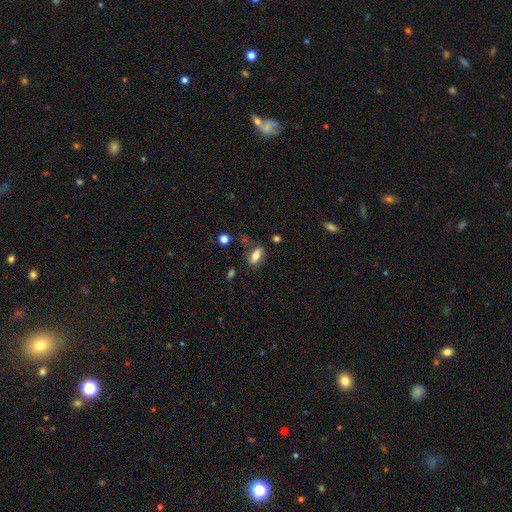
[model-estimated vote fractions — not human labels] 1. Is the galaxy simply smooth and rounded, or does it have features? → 70% smooth, 21% featured or disk, 9% star or artifact.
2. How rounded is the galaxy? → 78% in between, 16% cigar-shaped, 5% round.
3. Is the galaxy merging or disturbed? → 70% none, 19% minor disturbance, 6% major disturbance, 5% merger.